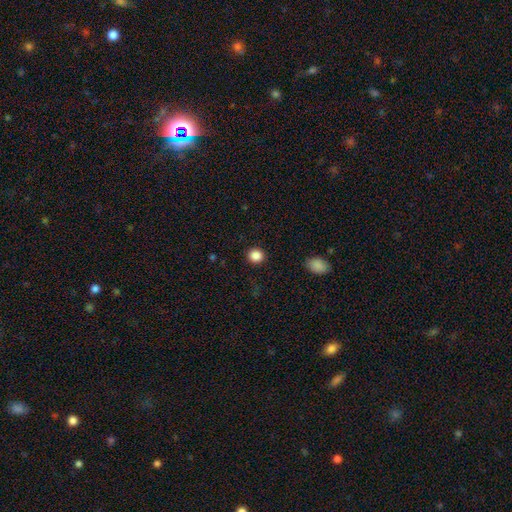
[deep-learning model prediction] Smooth or featured? Predicted: smooth (p=0.86). How rounded? Predicted: round (p=0.85). Merging? Predicted: none (p=0.91).